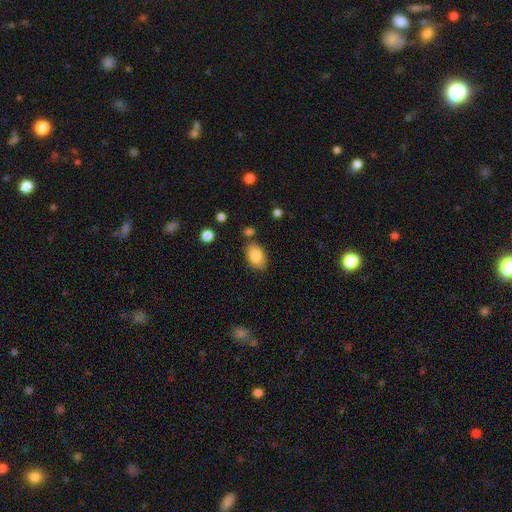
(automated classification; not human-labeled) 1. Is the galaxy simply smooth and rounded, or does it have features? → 83% smooth, 9% featured or disk, 8% star or artifact.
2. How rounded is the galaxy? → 87% in between, 11% round, 1% cigar-shaped.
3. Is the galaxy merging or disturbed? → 79% none, 14% minor disturbance, 5% merger, 3% major disturbance.